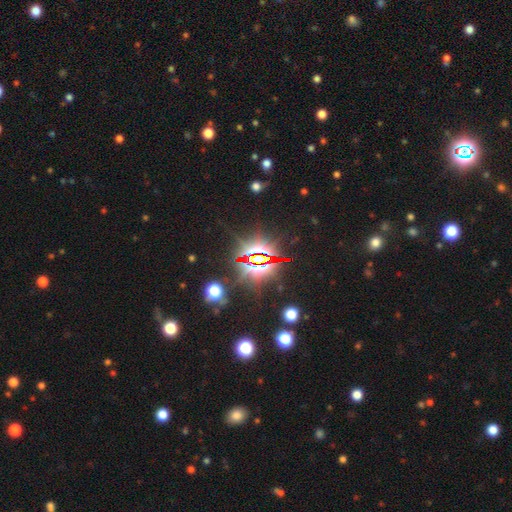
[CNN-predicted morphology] smooth_or_featured: star or artifact (p=0.82) [alt: featured or disk p=0.09]